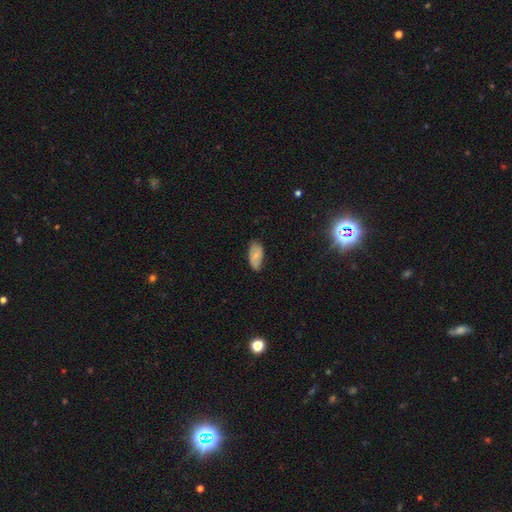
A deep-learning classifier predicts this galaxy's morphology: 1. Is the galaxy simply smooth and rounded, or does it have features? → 57% smooth, 35% featured or disk, 8% star or artifact.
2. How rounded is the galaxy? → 93% in between, 4% cigar-shaped, 3% round.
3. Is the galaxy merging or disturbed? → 70% none, 25% minor disturbance, 4% major disturbance, 1% merger.